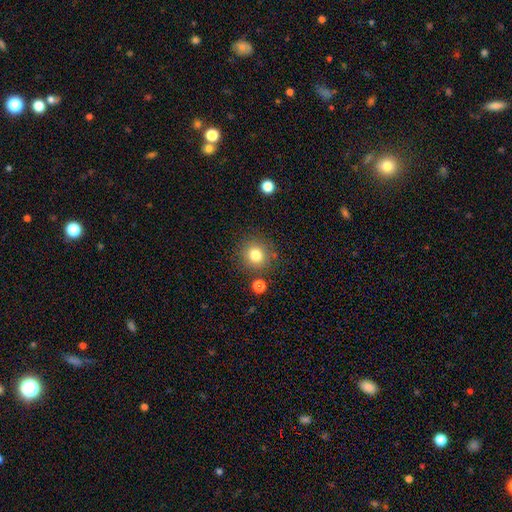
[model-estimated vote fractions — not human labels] Smooth or featured? smooth (80%)
How rounded? round (91%)
Merging? none (83%)